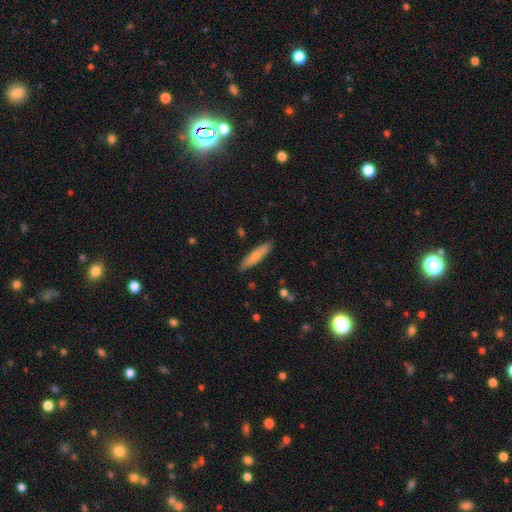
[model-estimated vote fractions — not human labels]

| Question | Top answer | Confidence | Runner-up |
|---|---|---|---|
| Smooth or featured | smooth | 70% | featured or disk (25%) |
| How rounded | cigar-shaped | 85% | in between (13%) |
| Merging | none | 89% | minor disturbance (8%) |